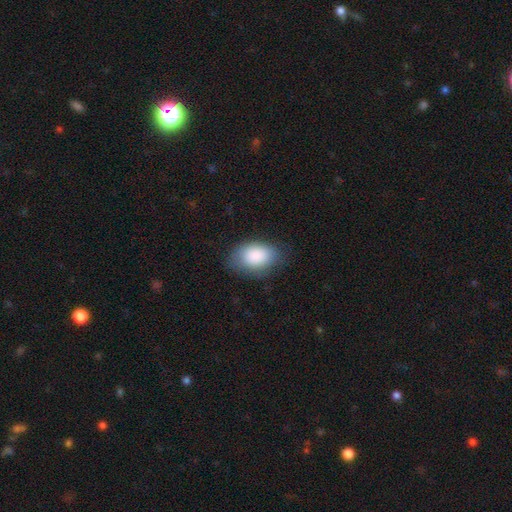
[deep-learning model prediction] Q: Smooth or featured?
A: smooth (88%); runner-up: star or artifact (7%)
Q: How rounded?
A: in between (87%); runner-up: round (11%)
Q: Merging?
A: none (77%); runner-up: minor disturbance (17%)